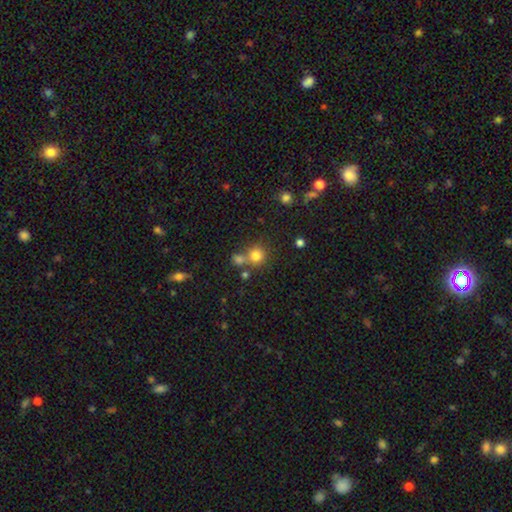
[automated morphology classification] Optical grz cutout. It shows a smooth galaxy with no disk features (78%) that is round (90%). Merging: none (61%).